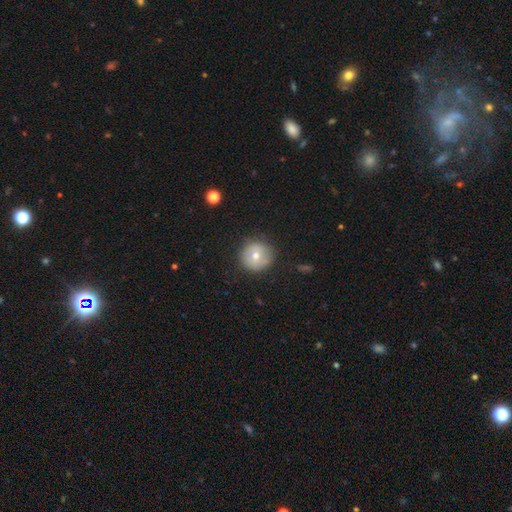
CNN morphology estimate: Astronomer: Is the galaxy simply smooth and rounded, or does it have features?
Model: smooth — 64%.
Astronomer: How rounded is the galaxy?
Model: round — 94%.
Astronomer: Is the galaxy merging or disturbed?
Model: none — 85%.